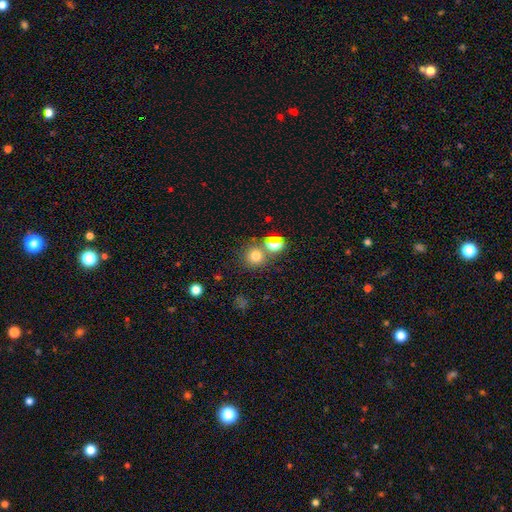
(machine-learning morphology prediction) smooth 72%, star or artifact 21%, featured or disk 8%. Down the decision tree: how rounded — round (88%); merging — none (66%).